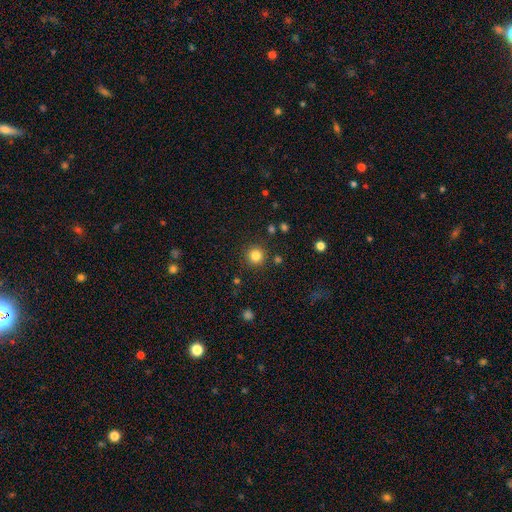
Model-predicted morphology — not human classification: Smooth or featured: smooth — 82% (star or artifact — 13%)
How rounded: round — 95% (in between — 4%)
Merging: none — 89% (minor disturbance — 6%)